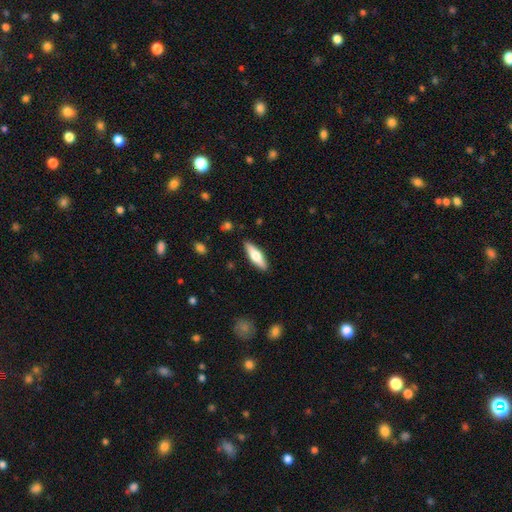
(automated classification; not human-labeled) Smooth or featured?
  - smooth: 56% *
  - featured or disk: 39%
  - star or artifact: 6%
How rounded?
  - cigar-shaped: 55% *
  - in between: 43%
  - round: 2%
Merging?
  - none: 88% *
  - minor disturbance: 9%
  - major disturbance: 2%
  - merger: 1%